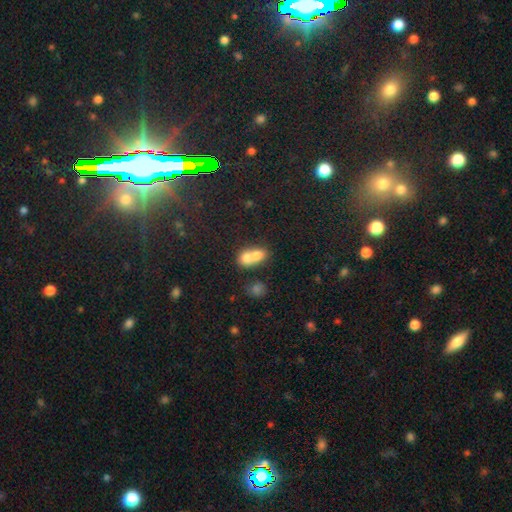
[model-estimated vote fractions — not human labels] Q: Smooth or featured?
A: smooth (72%); runner-up: featured or disk (18%)
Q: How rounded?
A: in between (63%); runner-up: round (34%)
Q: Merging?
A: merger (75%); runner-up: none (17%)